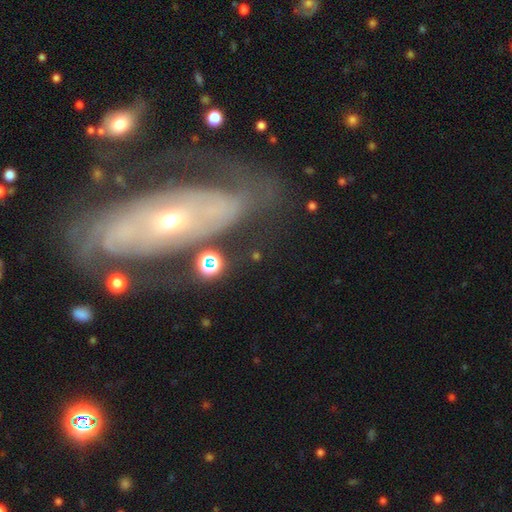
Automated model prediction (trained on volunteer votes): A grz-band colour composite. It shows a featured or disk galaxy (41%). Merging: none (50%).